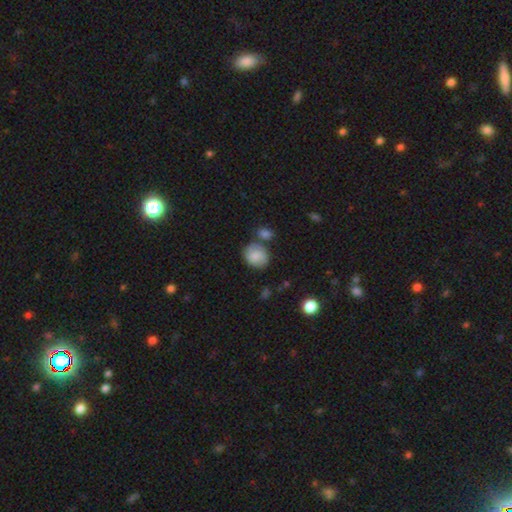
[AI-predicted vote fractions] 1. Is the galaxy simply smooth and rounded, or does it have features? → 67% smooth, 25% featured or disk, 9% star or artifact.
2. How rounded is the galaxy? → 65% round, 34% in between, 1% cigar-shaped.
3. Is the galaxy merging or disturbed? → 55% none, 21% minor disturbance, 17% merger, 7% major disturbance.